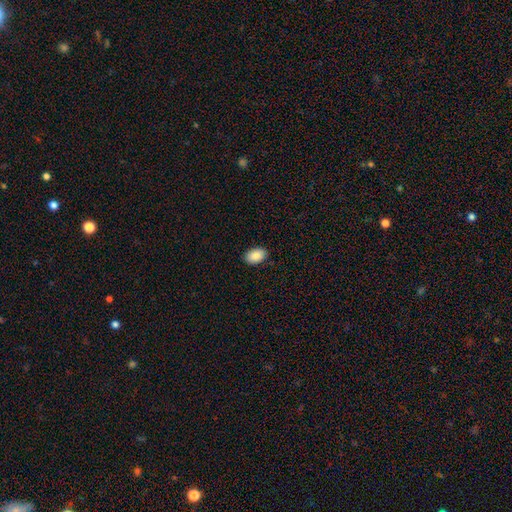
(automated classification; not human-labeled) This appears to be a smooth galaxy with no disk features (89%) that is in between round and cigar-shaped (91%). Merging: none (89%).